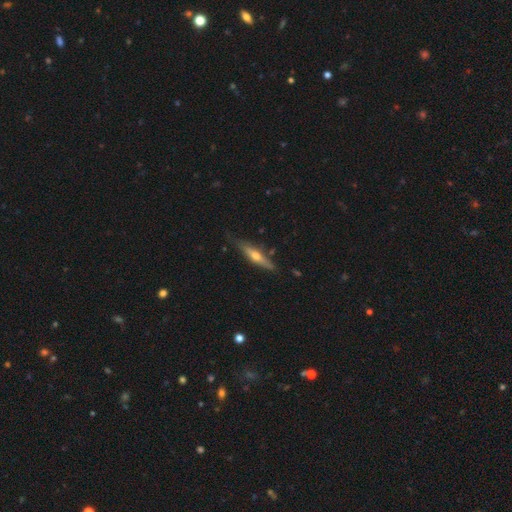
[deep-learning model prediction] Smooth or featured? featured or disk (61%)
Edge-on disk? yes (93%)
Edge-on bulge? rounded (89%)
Merging? none (76%)